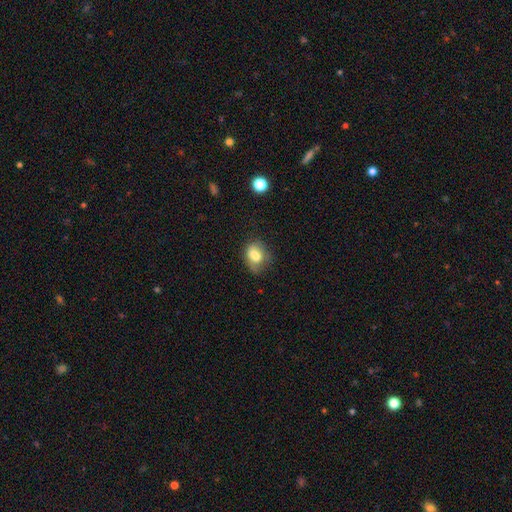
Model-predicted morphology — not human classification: The model was most divided on "merging": none: 50%, minor disturbance: 33%, major disturbance: 14%, merger: 3%. More confident: smooth or featured — smooth (75%); how rounded — in between (67%).